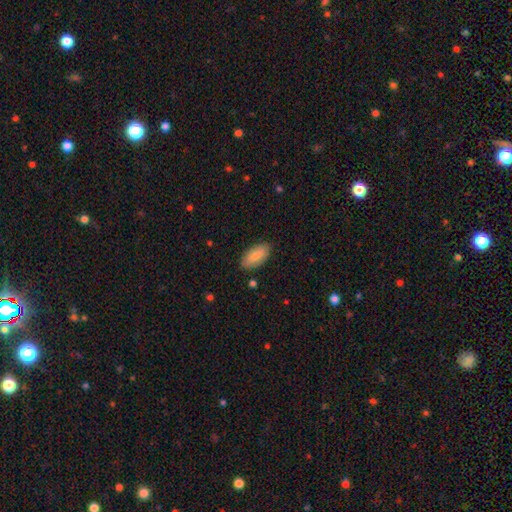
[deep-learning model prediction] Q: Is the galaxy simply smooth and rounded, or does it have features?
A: smooth — 79%.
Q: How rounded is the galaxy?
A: in between — 92%.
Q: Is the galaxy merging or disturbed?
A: none — 86%.